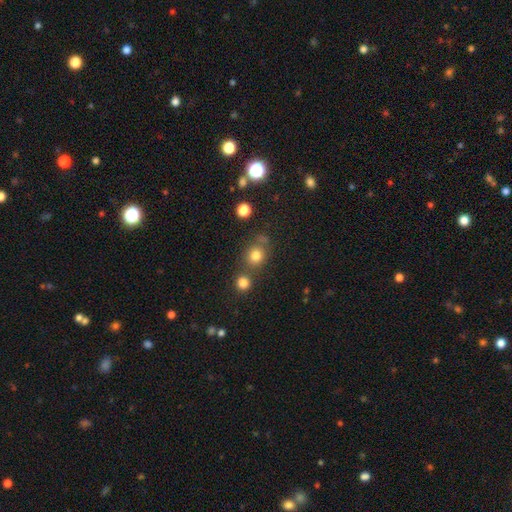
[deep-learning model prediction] This appears to be a smooth galaxy with no disk features (78%) that is round (83%). Merging: none (66%).